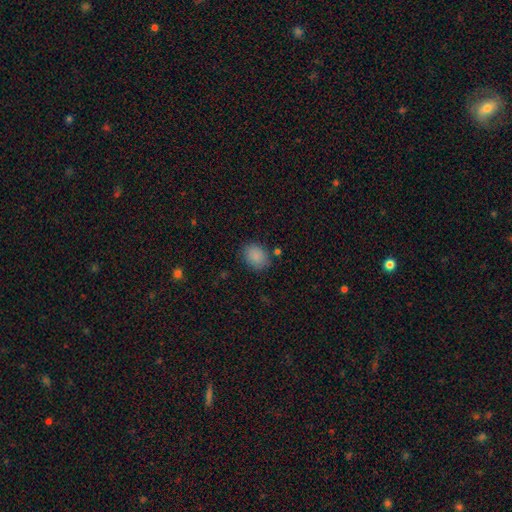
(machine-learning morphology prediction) This appears to be a smooth galaxy with no disk features (87%) that is round (50%, tied with in between). Merging: none (82%).